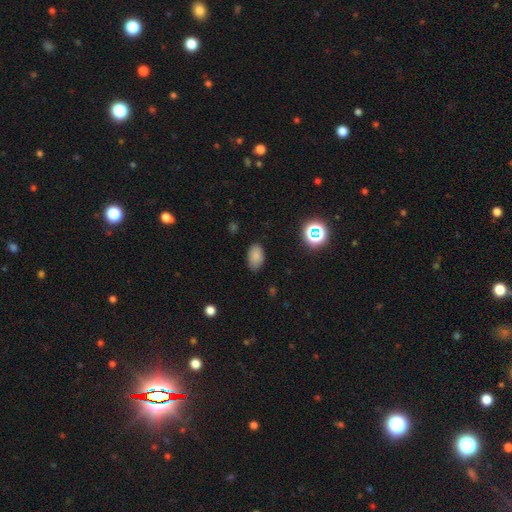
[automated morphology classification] A smooth galaxy with no disk features (82%) that is in between round and cigar-shaped (91%).

Vote fractions:
- Smooth or featured? smooth: 82% / star or artifact: 13% / featured or disk: 5%
- How rounded? in between: 91% / round: 8% / cigar-shaped: 1%
- Merging? none: 81% / minor disturbance: 14% / major disturbance: 3% / merger: 1%